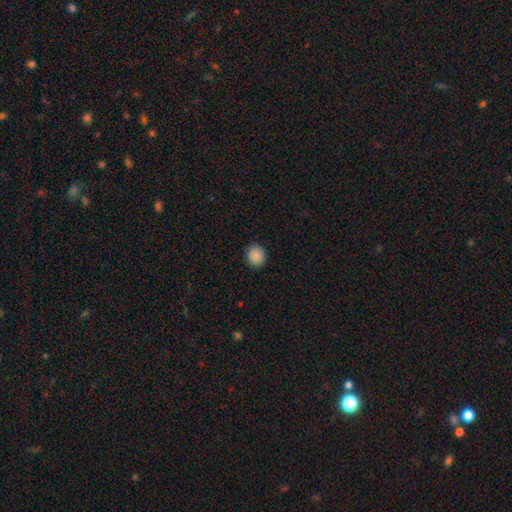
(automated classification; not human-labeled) smooth-or-featured: smooth: 89% | star or artifact: 8% | featured or disk: 2%
  how-rounded: round: 66% | in between: 33% | cigar-shaped: 1%
  merging: none: 89% | minor disturbance: 8% | major disturbance: 2% | merger: 1%